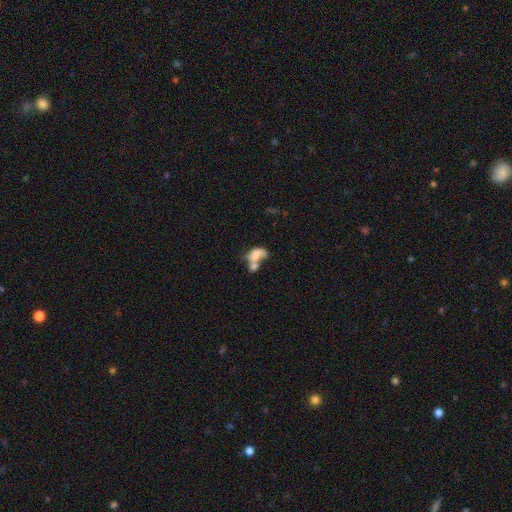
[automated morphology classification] Smooth or featured? Predicted: smooth (p=0.63). How rounded? Predicted: in between (p=0.84). Merging? Predicted: merger (p=0.61).